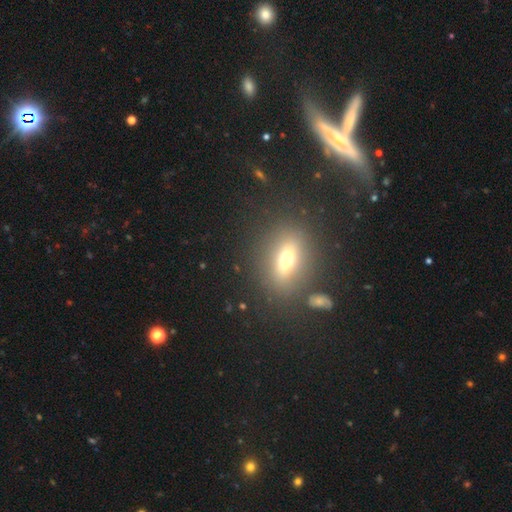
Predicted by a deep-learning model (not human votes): smooth-or-featured: smooth: 51% | featured or disk: 27% | star or artifact: 22%
  how-rounded: in between: 63% | round: 24% | cigar-shaped: 12%
  merging: none: 79% | minor disturbance: 10% | merger: 7% | major disturbance: 5%